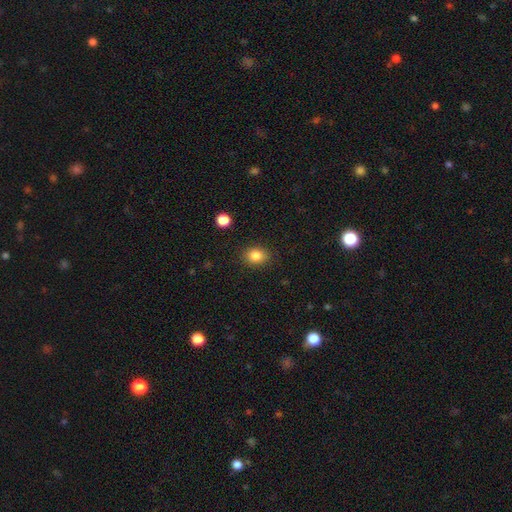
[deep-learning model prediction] Smooth or featured?
  - smooth: 84% *
  - star or artifact: 10%
  - featured or disk: 5%
How rounded?
  - round: 53% *
  - in between: 46%
  - cigar-shaped: 1%
Merging?
  - none: 86% *
  - minor disturbance: 10%
  - major disturbance: 3%
  - merger: 1%